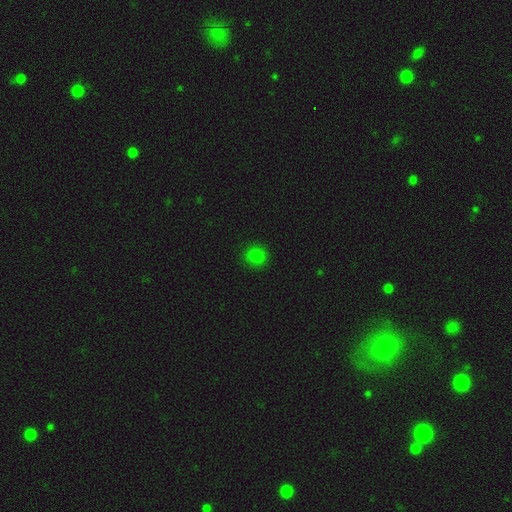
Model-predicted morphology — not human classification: smooth 81%, star or artifact 15%, featured or disk 4%. Down the decision tree: how rounded — round (87%); merging — none (90%).